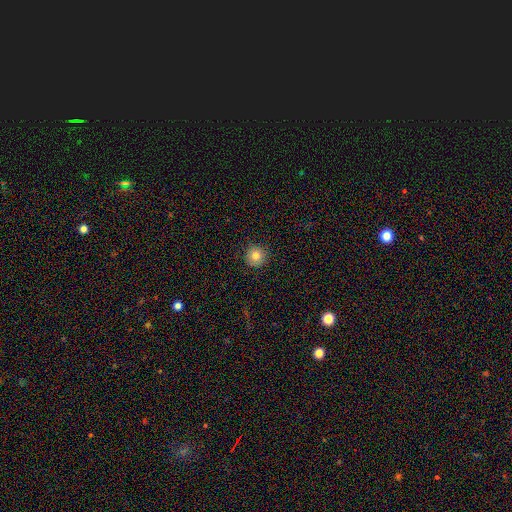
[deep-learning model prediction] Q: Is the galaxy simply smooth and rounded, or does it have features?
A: smooth — 82%.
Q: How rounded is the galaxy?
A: round — 94%.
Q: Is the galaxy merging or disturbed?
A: none — 90%.